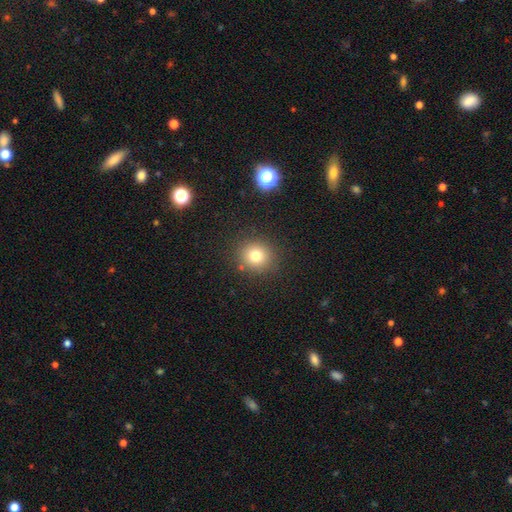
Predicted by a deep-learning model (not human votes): Morphology: type=smooth (77%); roundness=round (90%); merging=none (87%).